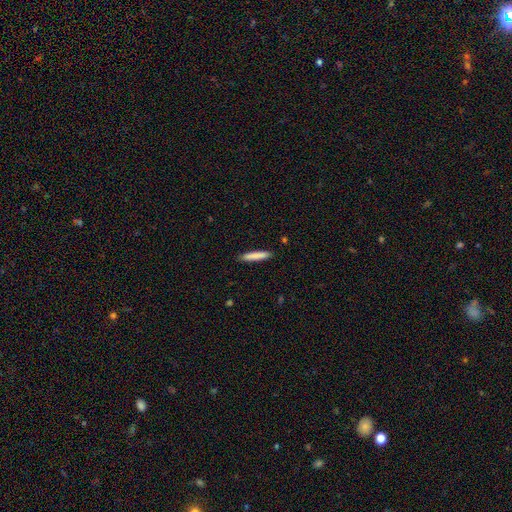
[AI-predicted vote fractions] Smooth or featured? Predicted: smooth (p=0.83). How rounded? Predicted: cigar-shaped (p=0.92). Merging? Predicted: none (p=0.90).